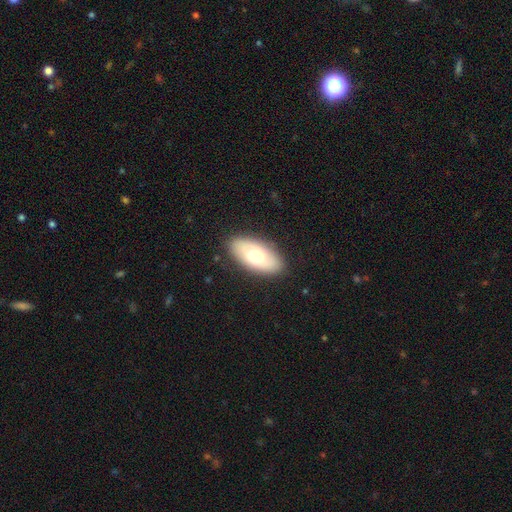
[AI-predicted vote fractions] Smooth or featured?
  - smooth: 64% *
  - featured or disk: 29%
  - star or artifact: 6%
How rounded?
  - in between: 92% *
  - cigar-shaped: 5%
  - round: 3%
Merging?
  - none: 86% *
  - minor disturbance: 10%
  - major disturbance: 3%
  - merger: 1%